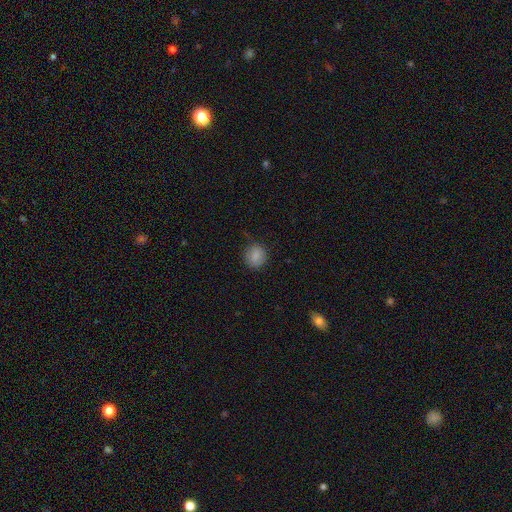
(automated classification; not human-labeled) Q: Smooth or featured?
A: smooth (86%); runner-up: star or artifact (9%)
Q: How rounded?
A: round (80%); runner-up: in between (19%)
Q: Merging?
A: none (79%); runner-up: minor disturbance (16%)